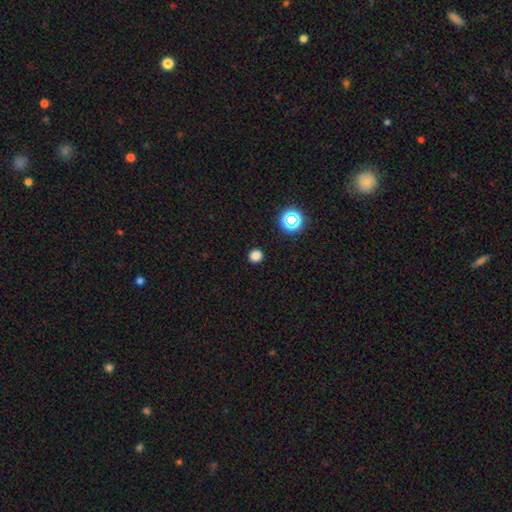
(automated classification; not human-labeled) A smooth galaxy with no disk features (79%) that is round (93%). Merging: none (92%).